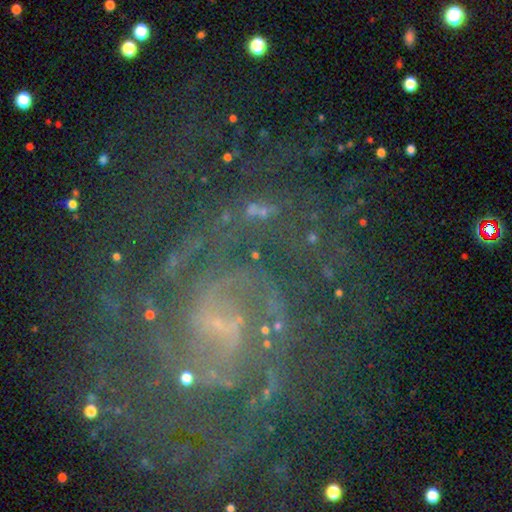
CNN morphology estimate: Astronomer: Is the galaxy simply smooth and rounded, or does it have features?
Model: featured or disk — 78%.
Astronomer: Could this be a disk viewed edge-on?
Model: no — 98%.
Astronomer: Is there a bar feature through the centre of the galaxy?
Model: weak — 43% (runner-up: no, 34%).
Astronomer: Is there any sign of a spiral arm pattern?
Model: yes — 95%.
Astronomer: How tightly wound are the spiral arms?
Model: tight — 51% (runner-up: medium, 38%).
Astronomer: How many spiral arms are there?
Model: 2 — 30% (runner-up: can't tell, 24%).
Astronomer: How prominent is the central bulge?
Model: small — 67%.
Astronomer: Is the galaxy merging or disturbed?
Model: none — 67%.